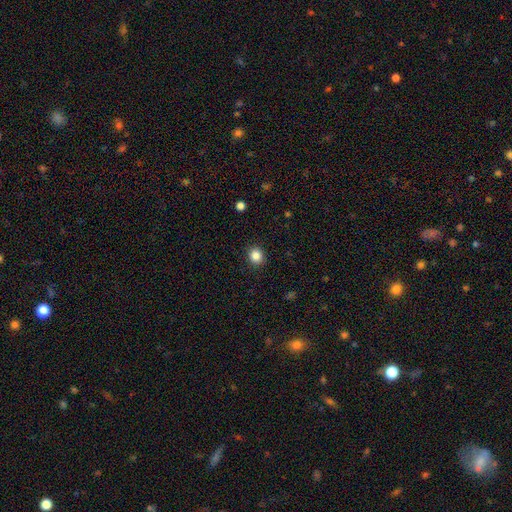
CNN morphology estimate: Smooth or featured?
  - smooth: 85% *
  - star or artifact: 11%
  - featured or disk: 4%
How rounded?
  - round: 80% *
  - in between: 19%
  - cigar-shaped: 1%
Merging?
  - none: 91% *
  - minor disturbance: 6%
  - major disturbance: 2%
  - merger: 1%